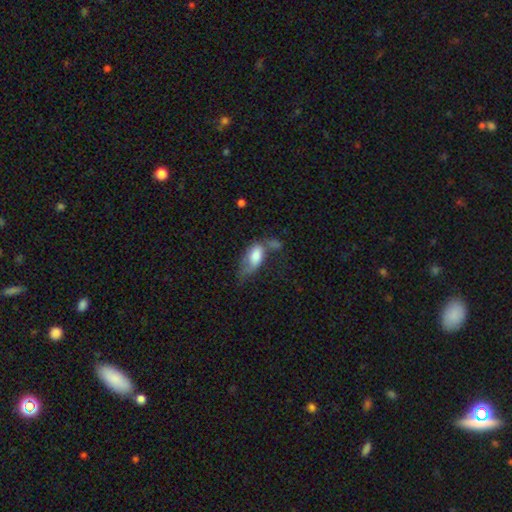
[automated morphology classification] Overall: smooth (71%). How rounded: in between (89%). Merging: major disturbance (29%; minor disturbance 25%).